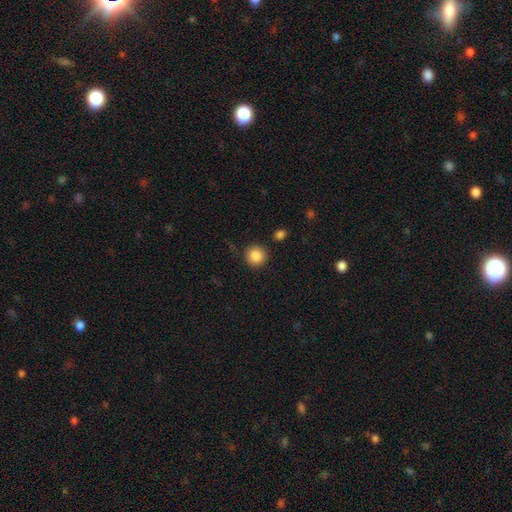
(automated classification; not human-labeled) smooth 87%, star or artifact 9%, featured or disk 4%. Down the decision tree: how rounded — round (93%); merging — none (89%).